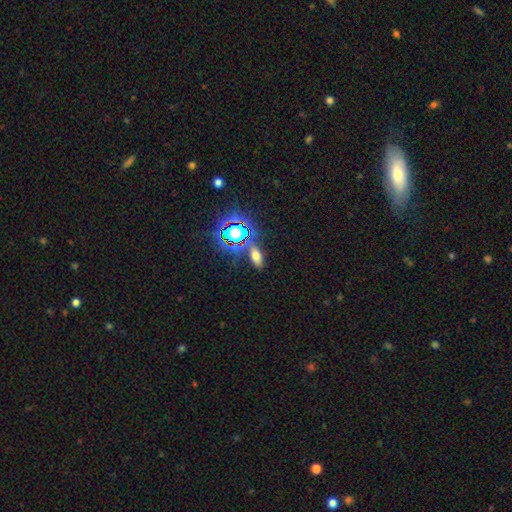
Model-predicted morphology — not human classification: type=smooth (60%); roundness=in between (79%); merging=none (77%).